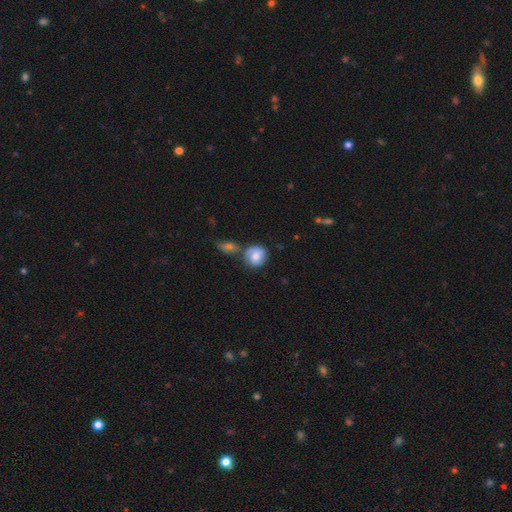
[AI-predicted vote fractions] The model was most divided on "merging": none: 50%, merger: 23%, minor disturbance: 19%, major disturbance: 7%. More confident: how rounded — round (73%); smooth or featured — smooth (62%).